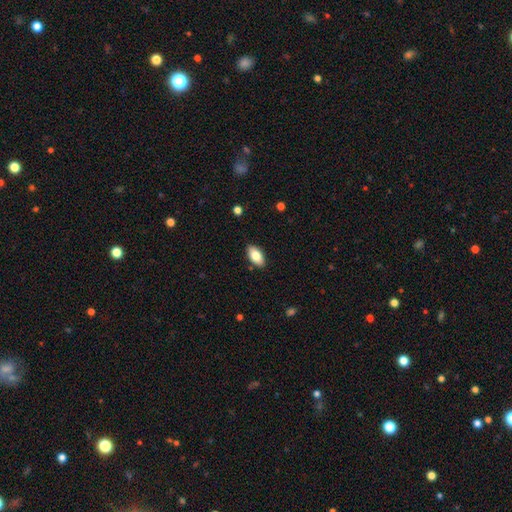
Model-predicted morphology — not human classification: A smooth galaxy with no disk features (82%) that is in between round and cigar-shaped (93%).

Vote fractions:
- Smooth or featured? smooth: 82% / featured or disk: 12% / star or artifact: 7%
- How rounded? in between: 93% / cigar-shaped: 5% / round: 3%
- Merging? none: 88% / minor disturbance: 9% / major disturbance: 2% / merger: 1%